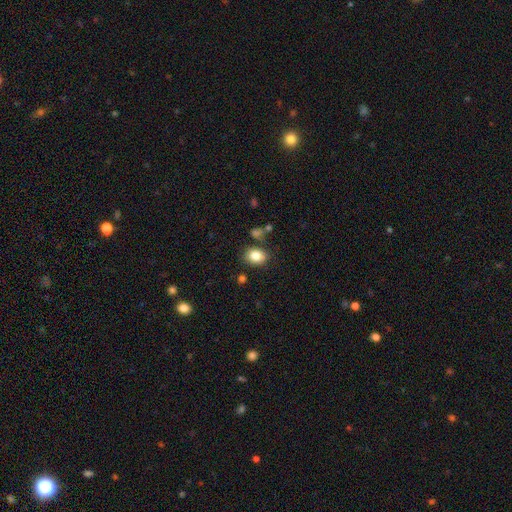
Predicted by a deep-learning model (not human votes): Smooth or featured: smooth — 83% (star or artifact — 9%)
How rounded: in between — 66% (round — 33%)
Merging: none — 79% (minor disturbance — 12%)